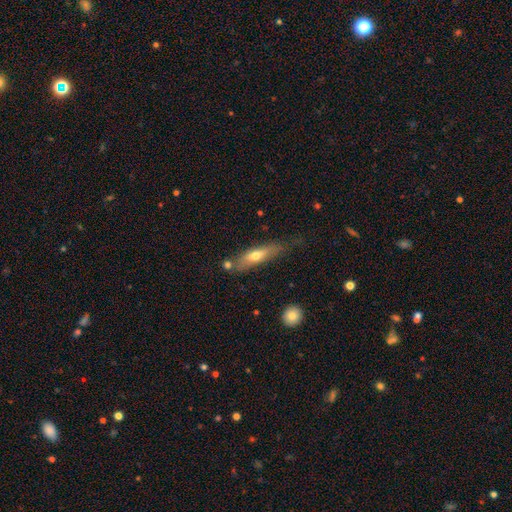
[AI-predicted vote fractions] The model was most divided on "smooth or featured": smooth: 55%, featured or disk: 38%, star or artifact: 6%. More confident: how rounded — cigar-shaped (70%); merging — none (59%).